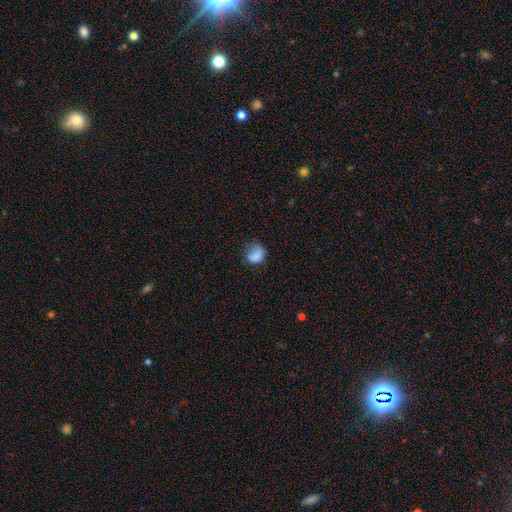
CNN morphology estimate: The model was most divided on "how rounded": in between: 51%, round: 48%, cigar-shaped: 1%. Remaining: smooth or featured — smooth (79%); merging — none (46%).